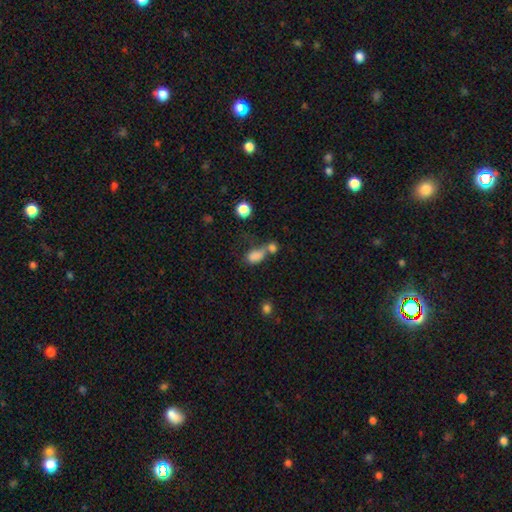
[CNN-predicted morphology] Smooth or featured? Predicted: smooth (p=0.78). How rounded? Predicted: in between (p=0.80). Merging? Predicted: merger (p=0.52).